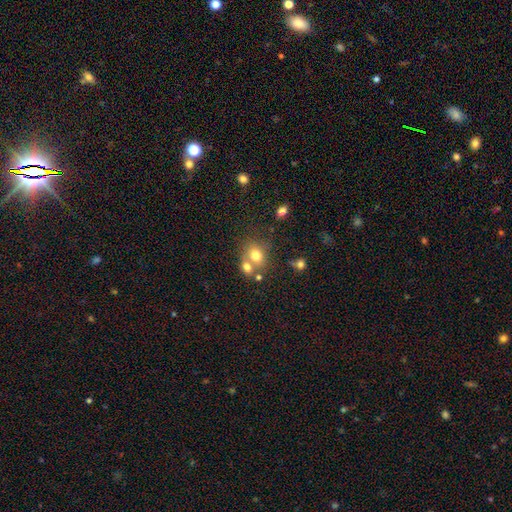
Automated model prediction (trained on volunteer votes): This is likely a smooth galaxy (74%). How rounded: possibly round (58%). Merging: marginally none (43%).